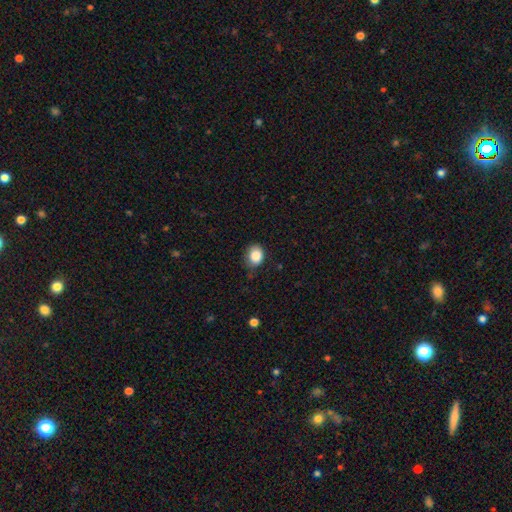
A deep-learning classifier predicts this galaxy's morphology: The model was most divided on "how rounded": round: 59%, in between: 40%, cigar-shaped: 1%. More confident: smooth or featured — smooth (86%); merging — none (67%).